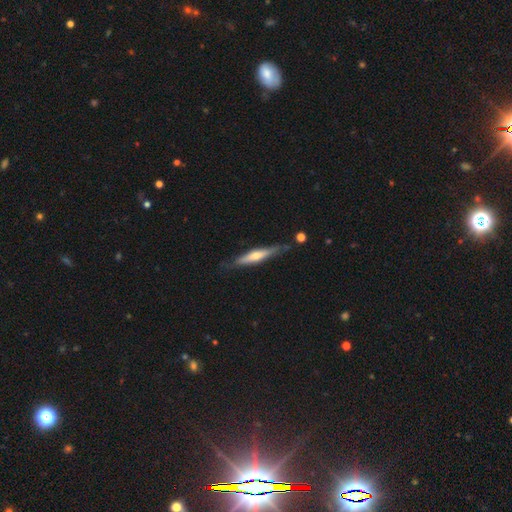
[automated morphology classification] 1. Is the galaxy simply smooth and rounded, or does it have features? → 55% featured or disk, 39% smooth, 6% star or artifact.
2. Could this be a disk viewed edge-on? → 92% yes, 8% no.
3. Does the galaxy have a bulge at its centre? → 78% rounded, 15% none, 8% boxy.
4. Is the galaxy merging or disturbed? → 75% none, 18% minor disturbance, 4% major disturbance, 3% merger.